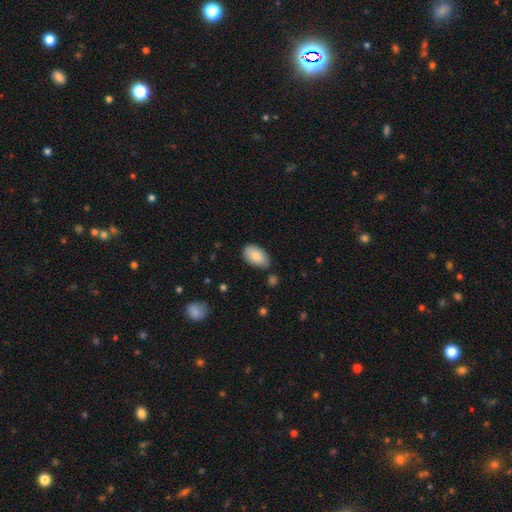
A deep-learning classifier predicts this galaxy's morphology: This appears to be a smooth galaxy with no disk features (83%) that is in between round and cigar-shaped (94%). Merging: none (77%).